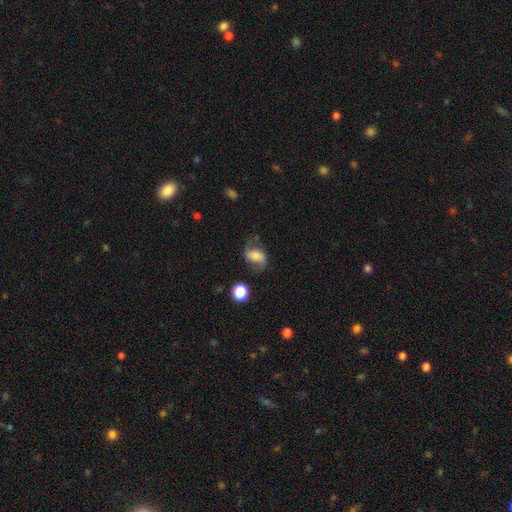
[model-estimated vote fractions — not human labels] Smooth or featured? Predicted: featured or disk (p=0.51). Edge-on disk? Predicted: no (p=0.96). Merging? Predicted: none (p=0.59).